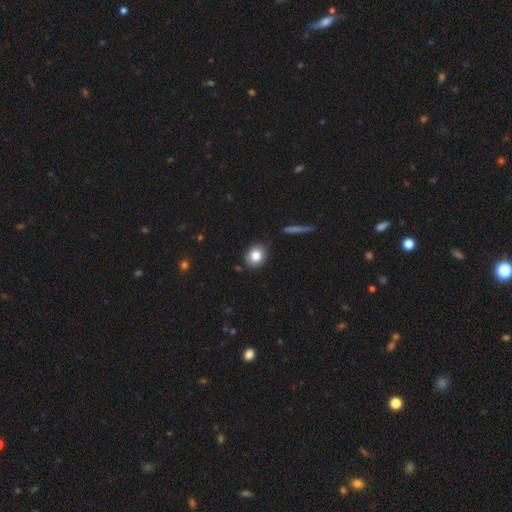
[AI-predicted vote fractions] Morphology: type=smooth (80%); roundness=round (62%); merging=none (85%).